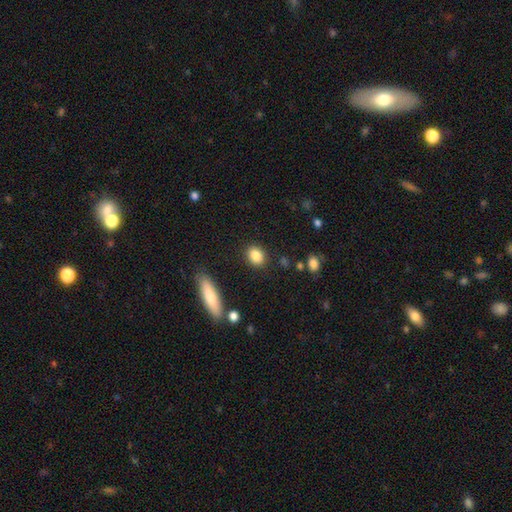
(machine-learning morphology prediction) Q: Smooth or featured?
A: smooth (86%); runner-up: star or artifact (8%)
Q: How rounded?
A: in between (55%); runner-up: round (43%)
Q: Merging?
A: none (87%); runner-up: minor disturbance (8%)